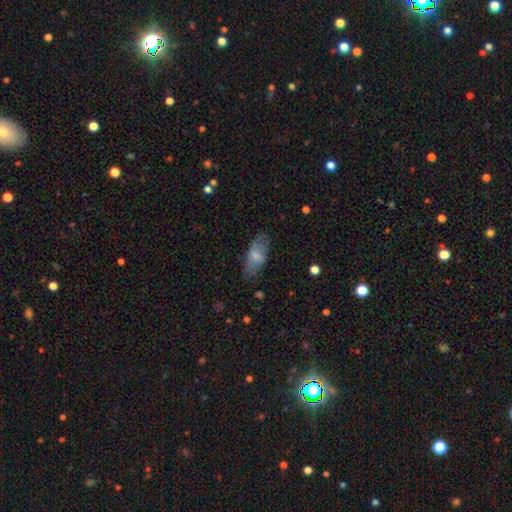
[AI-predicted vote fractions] A smooth galaxy with no disk features (72%) that is in between round and cigar-shaped (83%).

Vote fractions:
- Smooth or featured? smooth: 72% / featured or disk: 22% / star or artifact: 7%
- How rounded? in between: 83% / cigar-shaped: 14% / round: 3%
- Merging? none: 71% / minor disturbance: 20% / major disturbance: 7% / merger: 1%